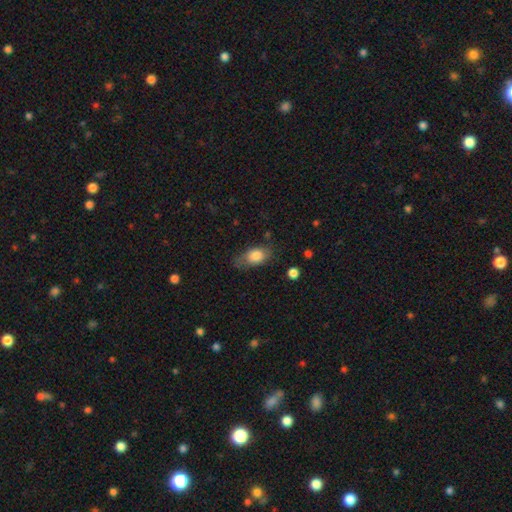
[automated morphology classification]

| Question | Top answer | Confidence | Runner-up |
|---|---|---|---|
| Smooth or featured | smooth | 79% | featured or disk (13%) |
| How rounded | in between | 84% | round (12%) |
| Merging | none | 61% | minor disturbance (28%) |